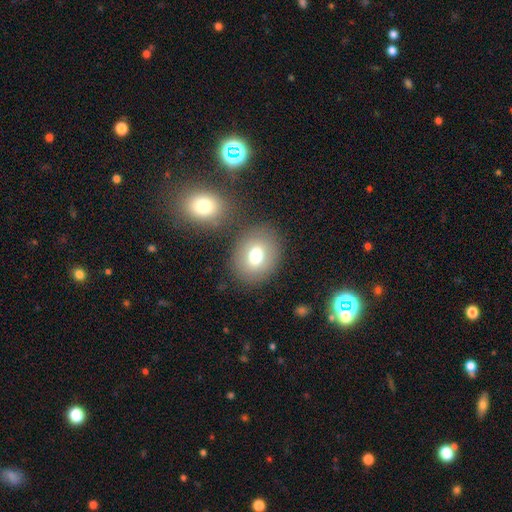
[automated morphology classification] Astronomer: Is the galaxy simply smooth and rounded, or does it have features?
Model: smooth — 73%.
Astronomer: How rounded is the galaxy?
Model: round — 57% (runner-up: in between, 42%).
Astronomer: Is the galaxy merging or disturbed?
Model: none — 77%.